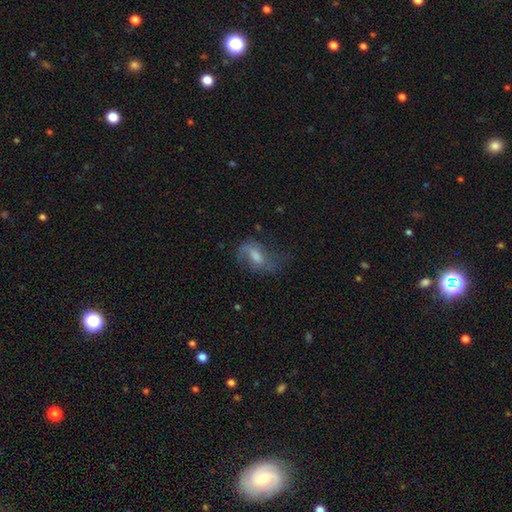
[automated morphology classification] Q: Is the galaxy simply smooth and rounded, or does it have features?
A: featured or disk — 62%.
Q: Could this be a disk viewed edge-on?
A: no — 95%.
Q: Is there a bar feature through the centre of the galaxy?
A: weak — 48%.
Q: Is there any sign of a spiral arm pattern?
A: yes — 86%.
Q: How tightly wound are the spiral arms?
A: loose — 54%.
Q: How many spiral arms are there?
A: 2 — 65%.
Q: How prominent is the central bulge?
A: moderate — 49%.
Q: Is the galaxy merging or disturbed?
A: none — 51%.